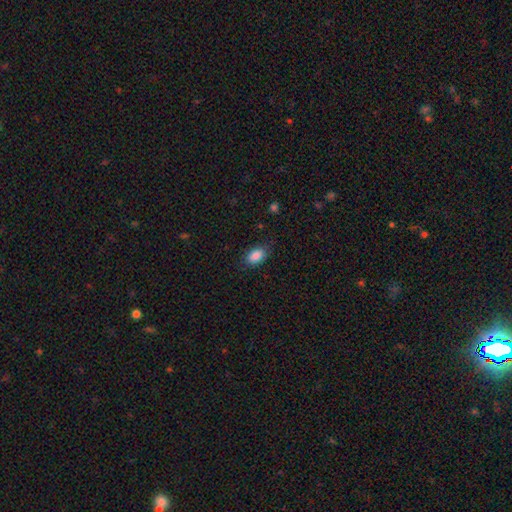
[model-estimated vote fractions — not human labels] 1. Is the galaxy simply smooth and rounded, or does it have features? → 88% smooth, 8% star or artifact, 5% featured or disk.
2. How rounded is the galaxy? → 89% in between, 9% round, 2% cigar-shaped.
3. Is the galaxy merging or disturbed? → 81% none, 15% minor disturbance, 4% major disturbance, 1% merger.